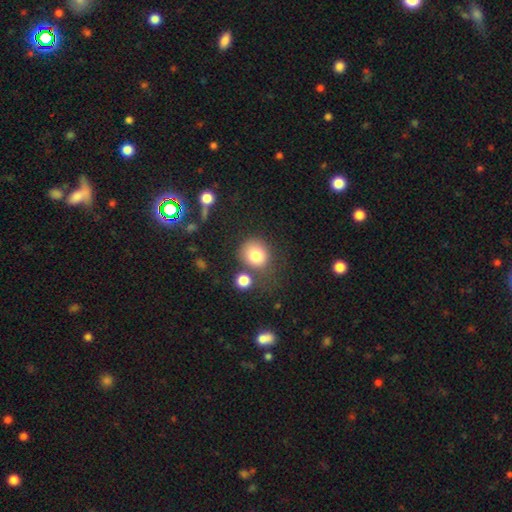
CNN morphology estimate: Smooth or featured: smooth — 81% (star or artifact — 11%)
How rounded: round — 81% (in between — 18%)
Merging: none — 63% (minor disturbance — 16%)